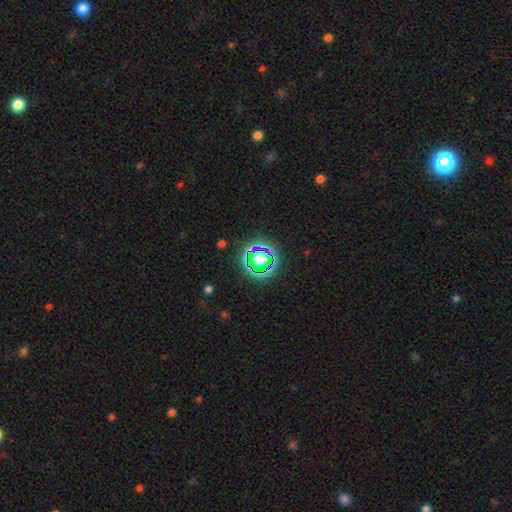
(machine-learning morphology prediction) Smooth or featured? Predicted: star or artifact (p=0.72).